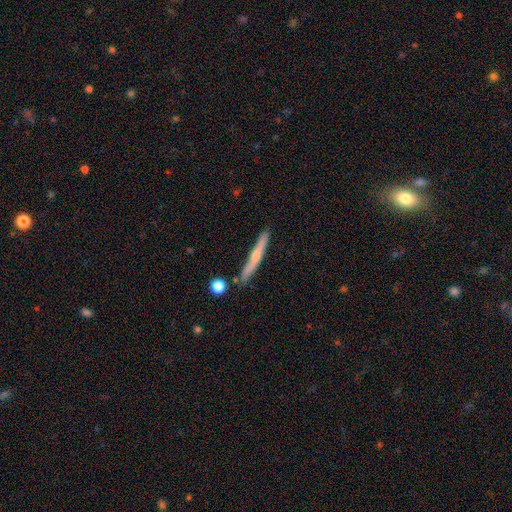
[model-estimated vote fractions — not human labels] This appears to be a featured or disk galaxy (50%) viewed edge-on (96%). Merging: none (84%).